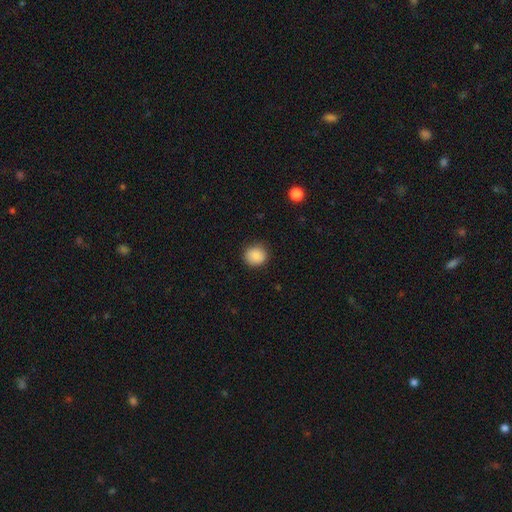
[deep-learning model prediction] Overall: smooth (87%). How rounded: round (83%). Merging: none (86%).